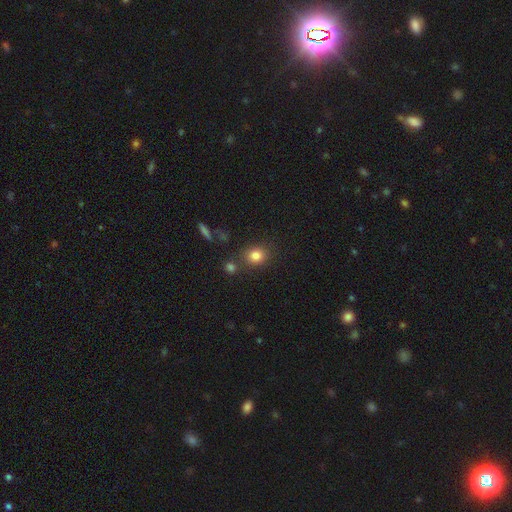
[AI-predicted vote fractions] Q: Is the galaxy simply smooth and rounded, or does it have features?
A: smooth — 82%.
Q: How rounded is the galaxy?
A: round — 65%.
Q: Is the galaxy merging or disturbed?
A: none — 77%.